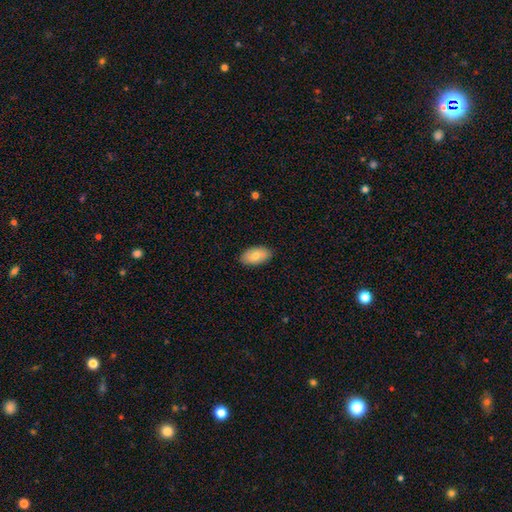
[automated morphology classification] Smooth or featured? Predicted: smooth (p=0.78). How rounded? Predicted: in between (p=0.94). Merging? Predicted: none (p=0.87).